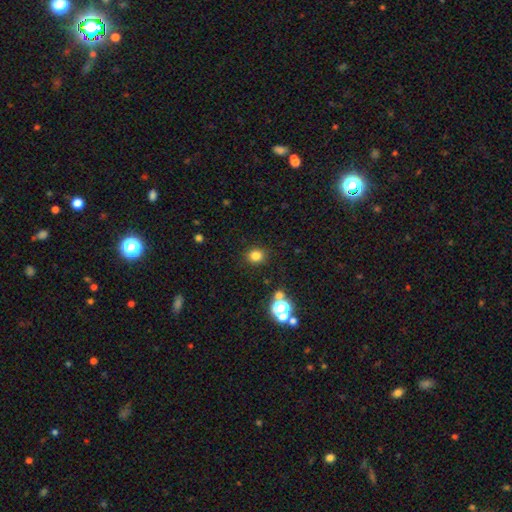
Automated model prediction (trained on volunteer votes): smooth_or_featured: smooth (p=0.78) [alt: star or artifact p=0.16]
how_rounded: round (p=0.82) [alt: in between p=0.17]
merging: none (p=0.88) [alt: minor disturbance p=0.07]